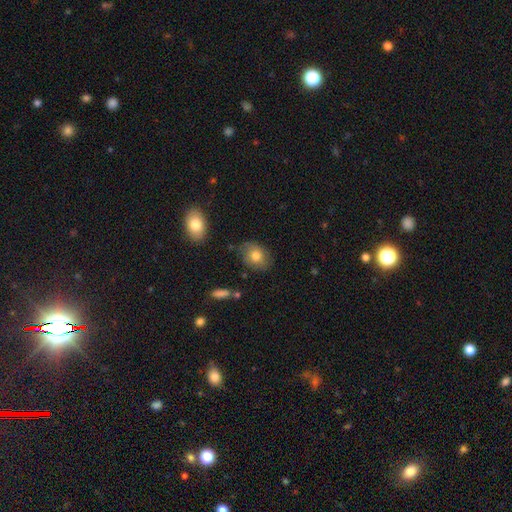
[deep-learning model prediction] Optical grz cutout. It shows a smooth galaxy with no disk features (73%) that is in between round and cigar-shaped (58%). Merging: none (73%).